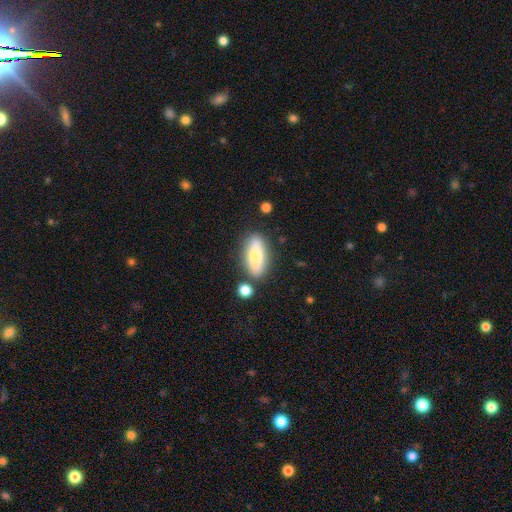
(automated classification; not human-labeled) Q: Smooth or featured?
A: smooth (68%); runner-up: featured or disk (25%)
Q: How rounded?
A: in between (76%); runner-up: cigar-shaped (21%)
Q: Merging?
A: none (74%); runner-up: minor disturbance (14%)